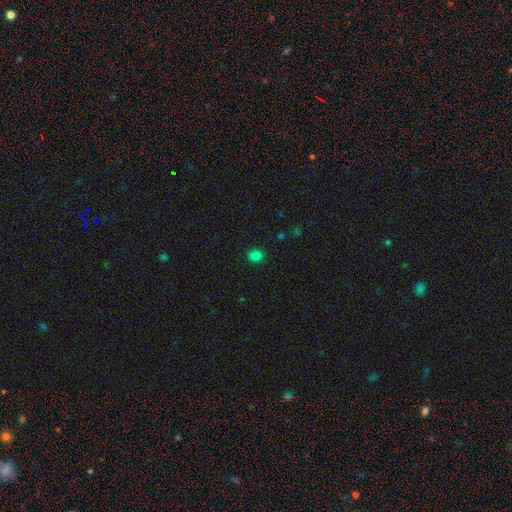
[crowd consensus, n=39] smooth-or-featured: smooth: 87% | star or artifact: 10% | featured or disk: 3%
  how-rounded: round: 88% | in between: 12% | cigar-shaped: 0%
  merging: none: 94% | minor disturbance: 3% | merger: 3% | major disturbance: 0%